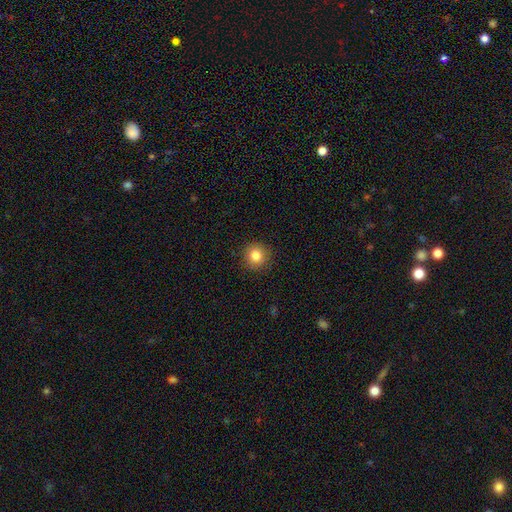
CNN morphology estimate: Q: Smooth or featured?
A: smooth (84%); runner-up: star or artifact (10%)
Q: How rounded?
A: round (92%); runner-up: in between (7%)
Q: Merging?
A: none (91%); runner-up: minor disturbance (6%)